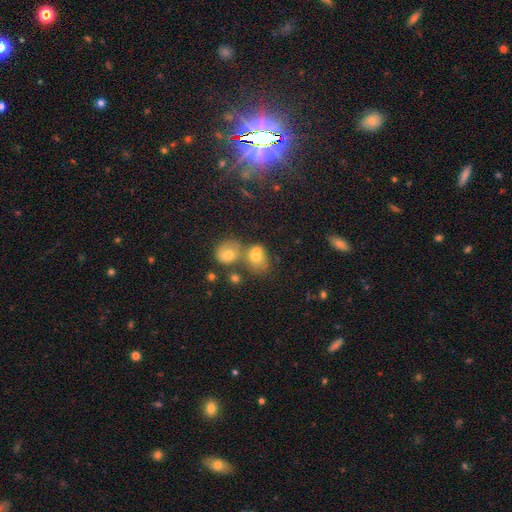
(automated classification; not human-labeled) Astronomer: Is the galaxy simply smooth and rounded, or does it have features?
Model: smooth — 69%.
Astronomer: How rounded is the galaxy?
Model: round — 58% (runner-up: in between, 40%).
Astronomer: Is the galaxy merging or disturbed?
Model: merger — 47% (runner-up: none, 37%).